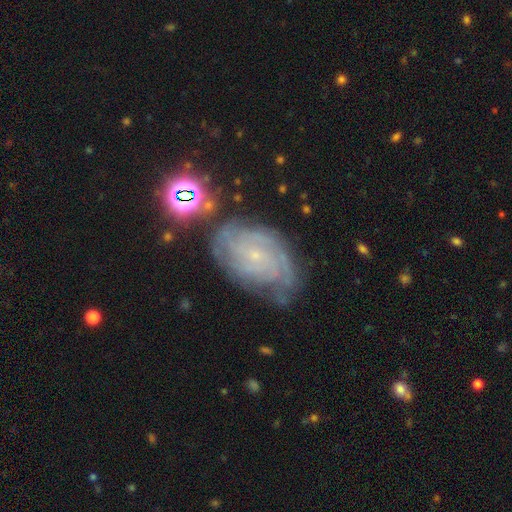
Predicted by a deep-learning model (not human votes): A featured or disk galaxy (80%) with no bar (74%), tight (73%) spiral arms (95%) and a small central bulge (85%). Merging: none (65%).